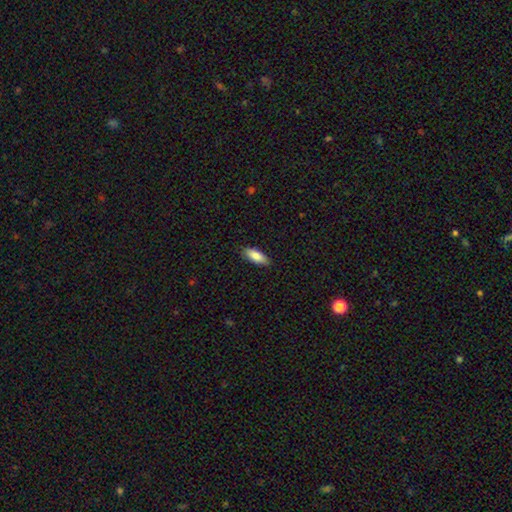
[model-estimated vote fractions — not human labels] A smooth galaxy with no disk features (84%) that is in between round and cigar-shaped (79%).

Vote fractions:
- Smooth or featured? smooth: 84% / featured or disk: 10% / star or artifact: 6%
- How rounded? in between: 79% / cigar-shaped: 20% / round: 2%
- Merging? none: 86% / minor disturbance: 11% / major disturbance: 2% / merger: 1%